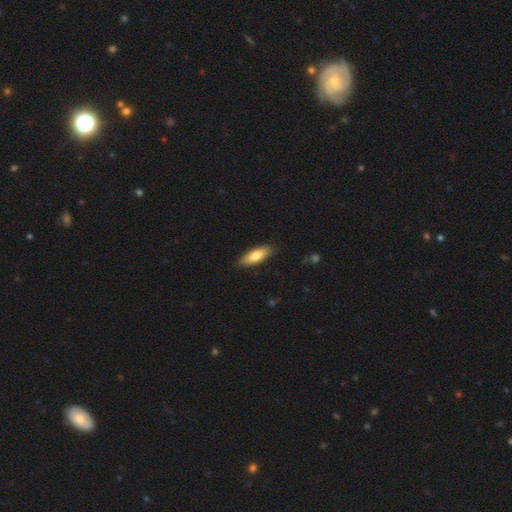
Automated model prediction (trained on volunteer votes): Smooth or featured? Predicted: smooth (p=0.75). How rounded? Predicted: in between (p=0.60). Merging? Predicted: none (p=0.86).